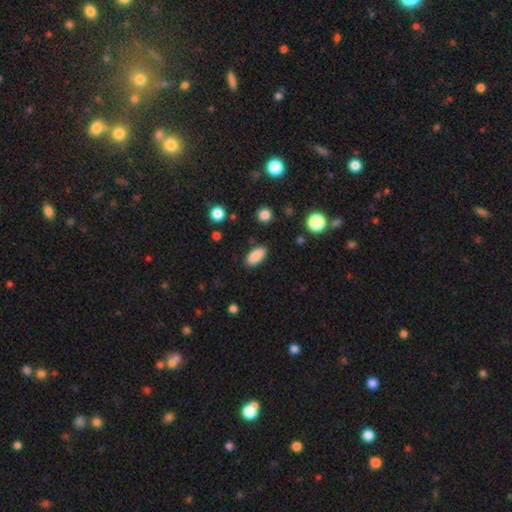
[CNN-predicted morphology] smooth 88%, star or artifact 8%, featured or disk 4%. Down the decision tree: how rounded — in between (89%); merging — none (87%).